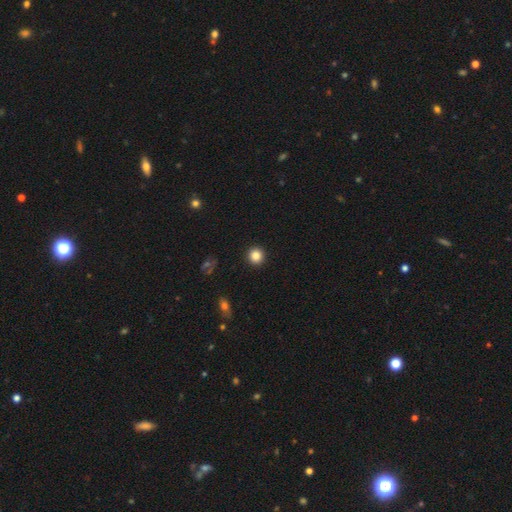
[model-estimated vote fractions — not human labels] Overall: smooth (85%). How rounded: round (94%). Merging: none (93%).